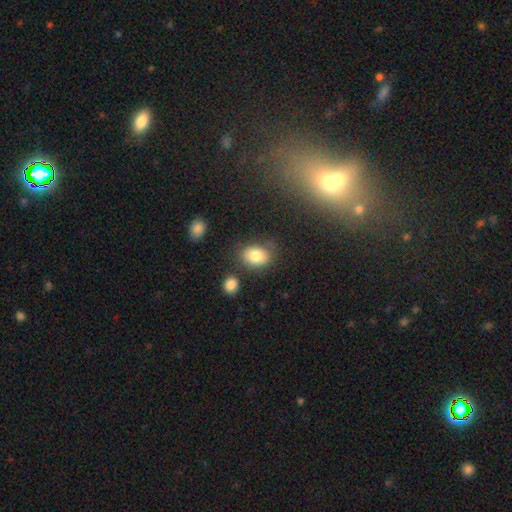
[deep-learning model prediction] Smooth or featured?
  - smooth: 80% *
  - featured or disk: 11%
  - star or artifact: 9%
How rounded?
  - in between: 67% *
  - round: 32%
  - cigar-shaped: 1%
Merging?
  - none: 70% *
  - minor disturbance: 17%
  - merger: 7%
  - major disturbance: 5%